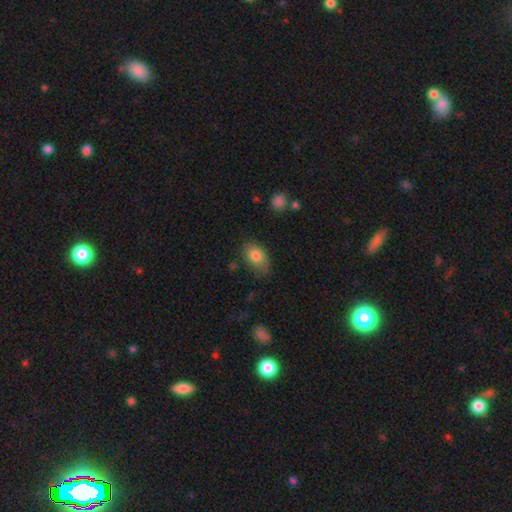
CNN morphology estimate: Smooth or featured?
  - smooth: 80% *
  - featured or disk: 12%
  - star or artifact: 8%
How rounded?
  - in between: 86% *
  - round: 13%
  - cigar-shaped: 1%
Merging?
  - none: 65% *
  - minor disturbance: 26%
  - major disturbance: 6%
  - merger: 2%